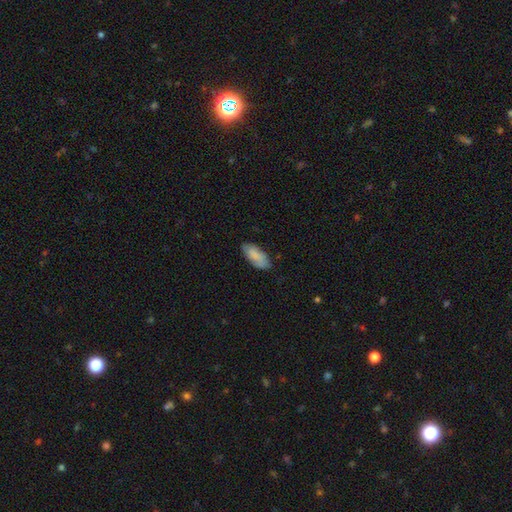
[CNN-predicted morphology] Smooth or featured: smooth — 84% (featured or disk — 9%)
How rounded: in between — 85% (cigar-shaped — 13%)
Merging: none — 75% (minor disturbance — 20%)